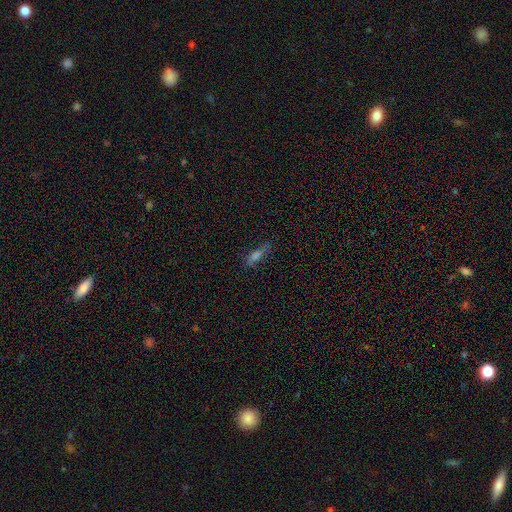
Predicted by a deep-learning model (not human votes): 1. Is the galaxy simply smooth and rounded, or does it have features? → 58% smooth, 26% featured or disk, 16% star or artifact.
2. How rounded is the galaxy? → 68% cigar-shaped, 29% in between, 3% round.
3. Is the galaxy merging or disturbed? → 72% none, 20% minor disturbance, 6% major disturbance, 2% merger.